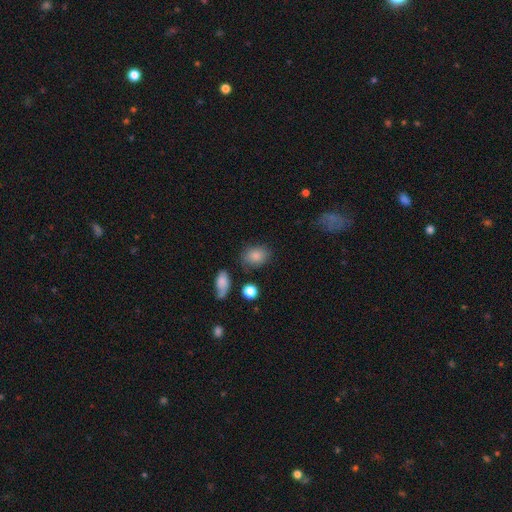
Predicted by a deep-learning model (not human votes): Overall: smooth (85%). How rounded: in between (70%). Merging: none (75%).